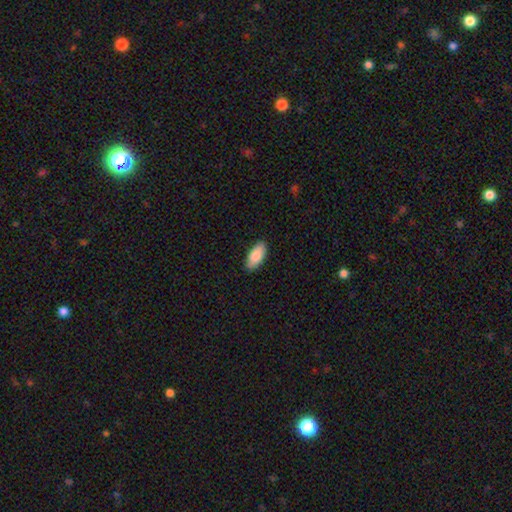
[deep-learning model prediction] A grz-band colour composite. It shows a smooth galaxy with no disk features (85%) that is in between round and cigar-shaped (91%). Merging: none (89%).